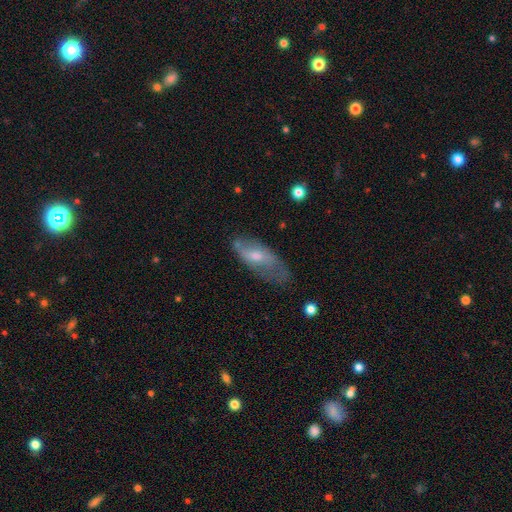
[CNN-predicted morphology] type=featured or disk (49%); merging=none (55%).